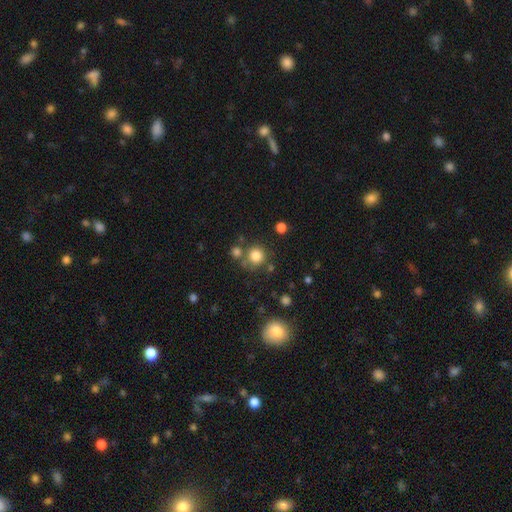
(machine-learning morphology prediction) Overall: smooth (81%). How rounded: round (91%). Merging: none (70%).